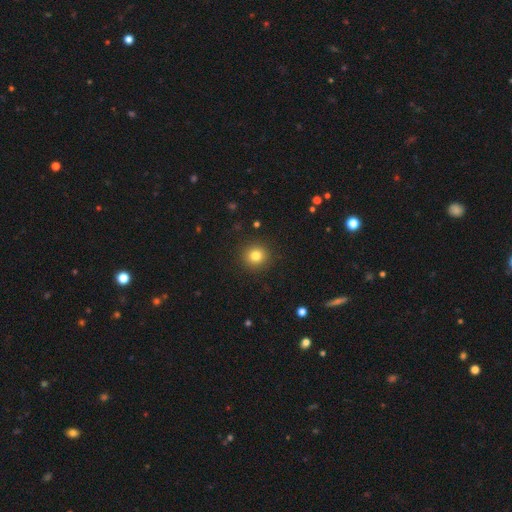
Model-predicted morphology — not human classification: Overall: smooth (81%). How rounded: round (93%). Merging: none (91%).